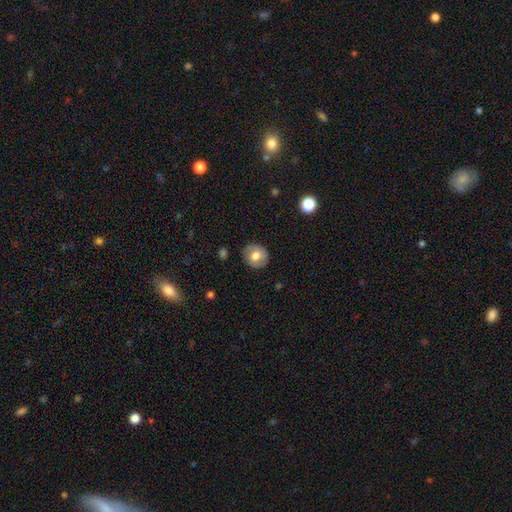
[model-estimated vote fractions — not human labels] Smooth or featured: smooth — 66% (featured or disk — 26%)
How rounded: round — 74% (in between — 25%)
Merging: none — 84% (minor disturbance — 12%)